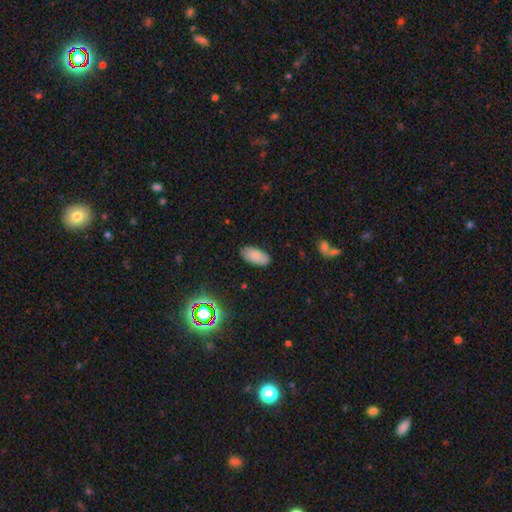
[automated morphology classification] Overall: smooth (82%). How rounded: in between (93%). Merging: none (85%).